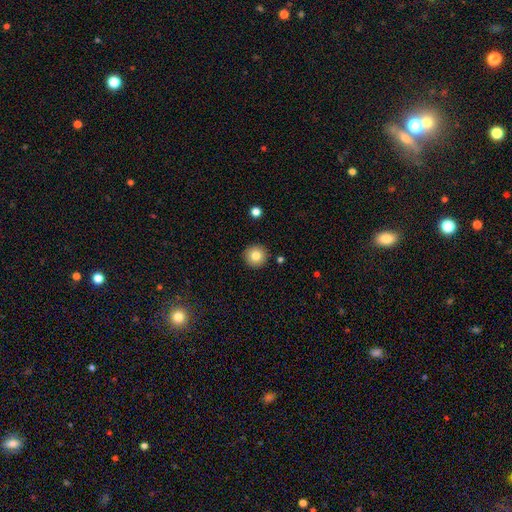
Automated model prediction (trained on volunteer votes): A smooth galaxy with no disk features (82%) that is round (95%). Merging: none (91%).